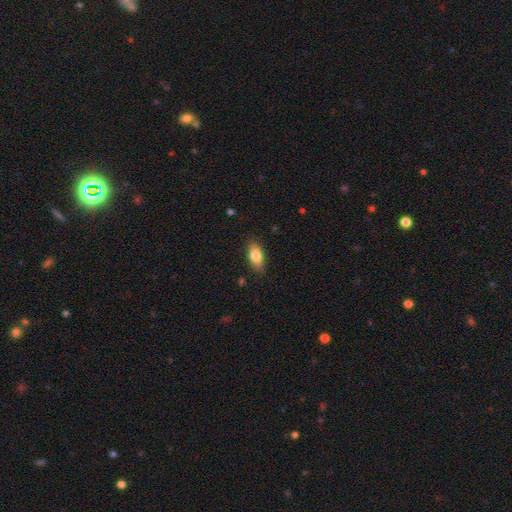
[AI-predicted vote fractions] Morphology: type=smooth (79%); roundness=in between (85%); merging=none (83%).